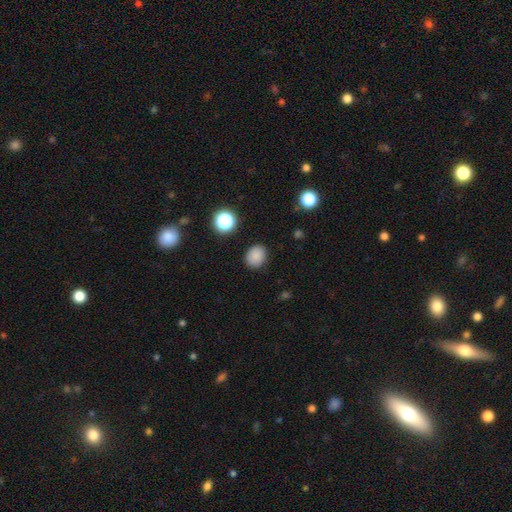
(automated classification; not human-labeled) Smooth or featured? Predicted: smooth (p=0.84). How rounded? Predicted: round (p=0.61). Merging? Predicted: none (p=0.87).